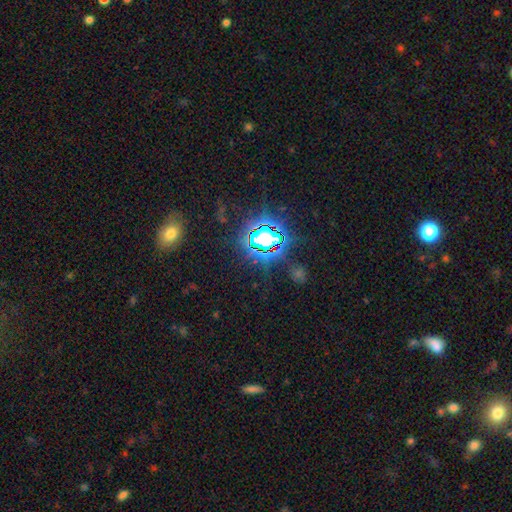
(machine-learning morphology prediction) The model was most divided on "smooth or featured": star or artifact: 72%, smooth: 20%, featured or disk: 8%.